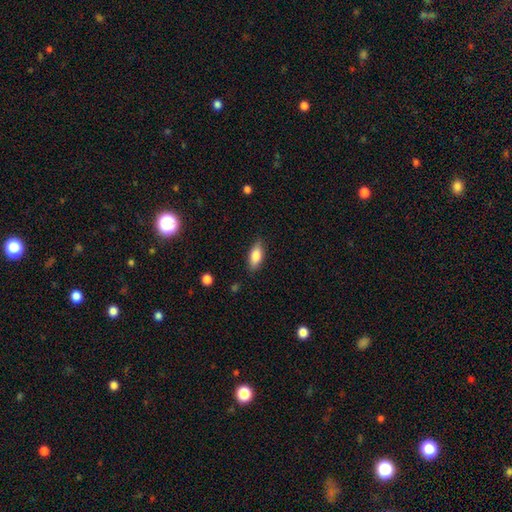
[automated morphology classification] Smooth or featured: smooth — 80% (featured or disk — 13%)
How rounded: in between — 81% (cigar-shaped — 16%)
Merging: none — 84% (minor disturbance — 12%)